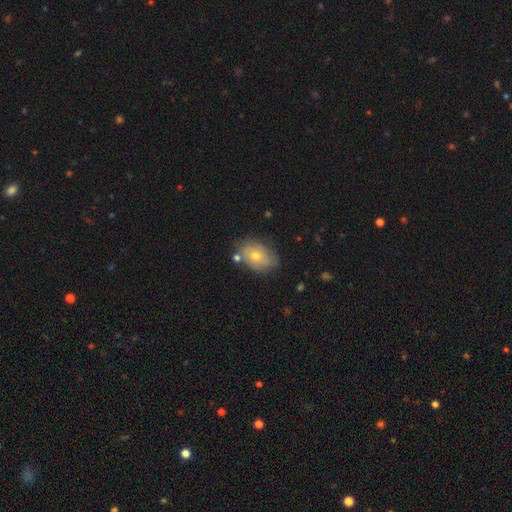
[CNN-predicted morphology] Smooth or featured: smooth — 48% (featured or disk — 42%)
Merging: none — 68% (minor disturbance — 21%)